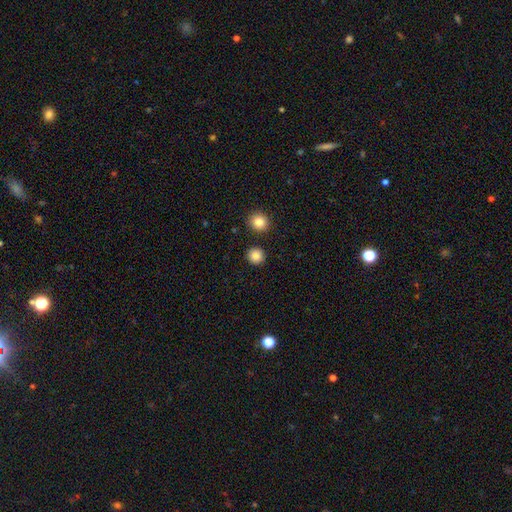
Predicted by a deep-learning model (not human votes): Smooth or featured: smooth — 86% (star or artifact — 10%)
How rounded: round — 93% (in between — 6%)
Merging: none — 91% (minor disturbance — 5%)